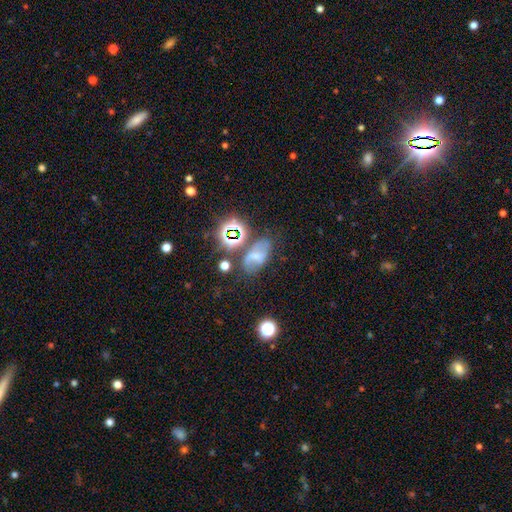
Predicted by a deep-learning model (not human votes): A featured or disk galaxy (39%).

Vote fractions:
- Smooth or featured? featured or disk: 39% / smooth: 36% / star or artifact: 25%
- Merging? none: 55% / minor disturbance: 22% / major disturbance: 13% / merger: 10%